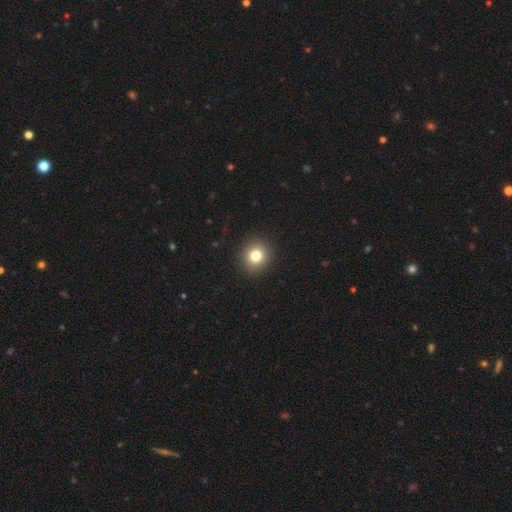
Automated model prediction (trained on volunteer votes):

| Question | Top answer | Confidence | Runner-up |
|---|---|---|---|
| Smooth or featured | smooth | 81% | star or artifact (11%) |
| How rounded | round | 87% | in between (12%) |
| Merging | none | 91% | minor disturbance (6%) |